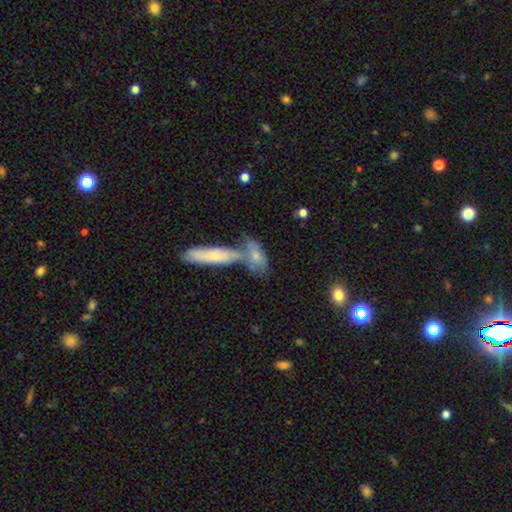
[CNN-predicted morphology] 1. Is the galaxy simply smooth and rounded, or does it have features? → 65% smooth, 27% featured or disk, 7% star or artifact.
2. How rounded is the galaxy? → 57% in between, 38% cigar-shaped, 5% round.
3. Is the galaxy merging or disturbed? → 46% merger, 37% none, 12% minor disturbance, 5% major disturbance.